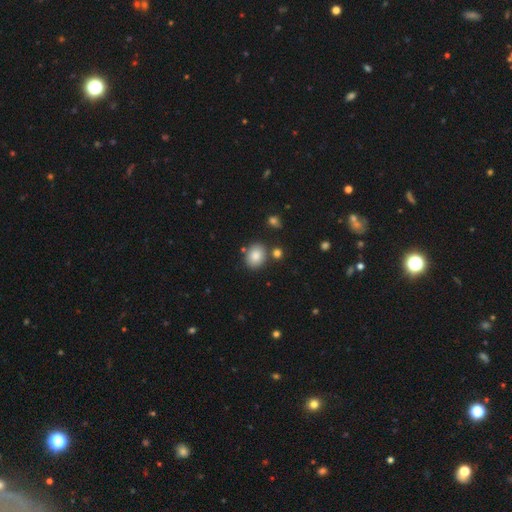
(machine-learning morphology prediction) Q: Smooth or featured?
A: smooth (85%); runner-up: star or artifact (9%)
Q: How rounded?
A: round (53%); runner-up: in between (46%)
Q: Merging?
A: none (79%); runner-up: minor disturbance (11%)